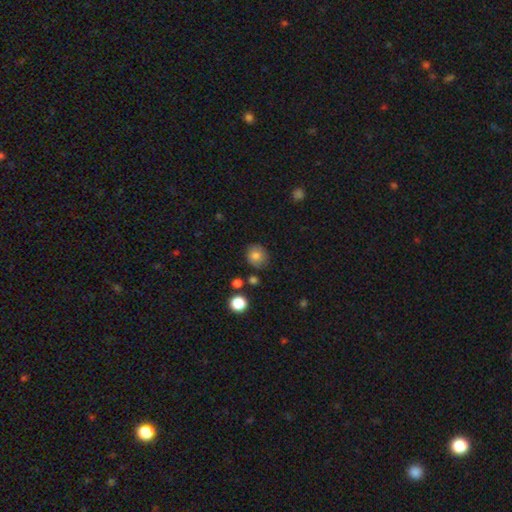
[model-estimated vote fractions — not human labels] Morphology: type=smooth (80%); roundness=round (78%); merging=none (82%).